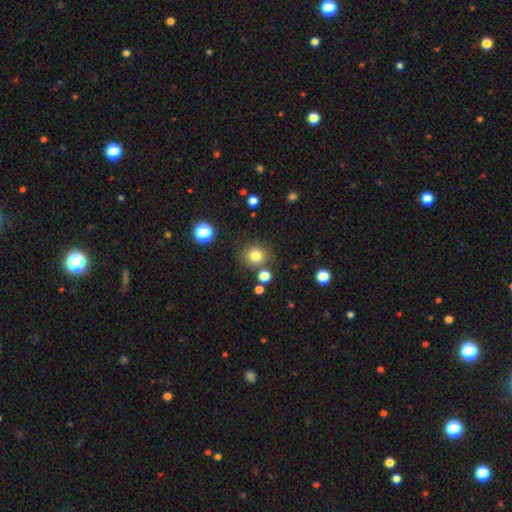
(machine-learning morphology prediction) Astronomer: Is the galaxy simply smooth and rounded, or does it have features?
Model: smooth — 80%.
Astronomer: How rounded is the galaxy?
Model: round — 88%.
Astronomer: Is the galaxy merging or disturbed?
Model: none — 81%.